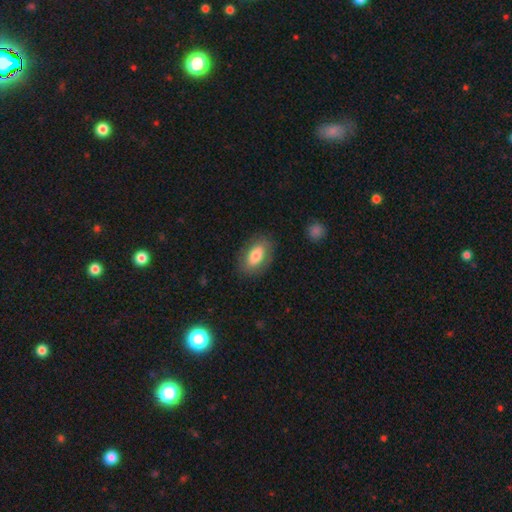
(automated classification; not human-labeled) Q: Smooth or featured?
A: smooth (71%); runner-up: featured or disk (22%)
Q: How rounded?
A: in between (90%); runner-up: round (8%)
Q: Merging?
A: none (81%); runner-up: minor disturbance (13%)